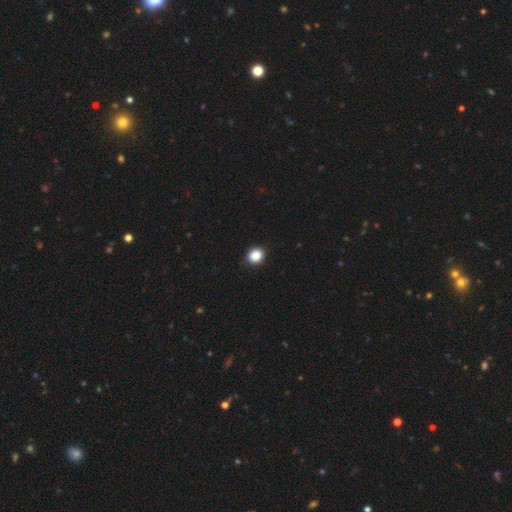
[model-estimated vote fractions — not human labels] This is clearly a smooth galaxy (88%). How rounded: likely round (73%). Merging: clearly none (90%).